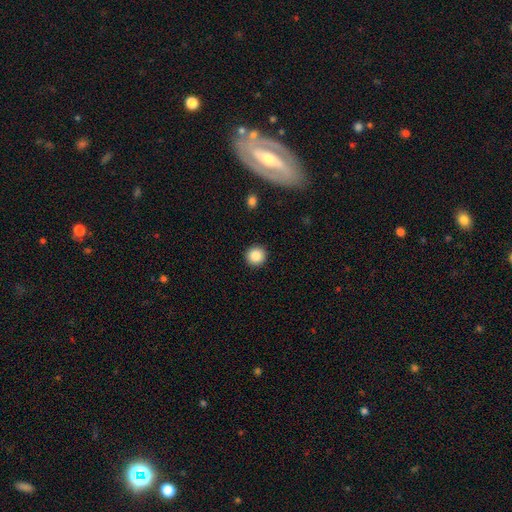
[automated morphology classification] This appears to be a smooth galaxy with no disk features (86%) that is round (95%). Merging: none (93%).